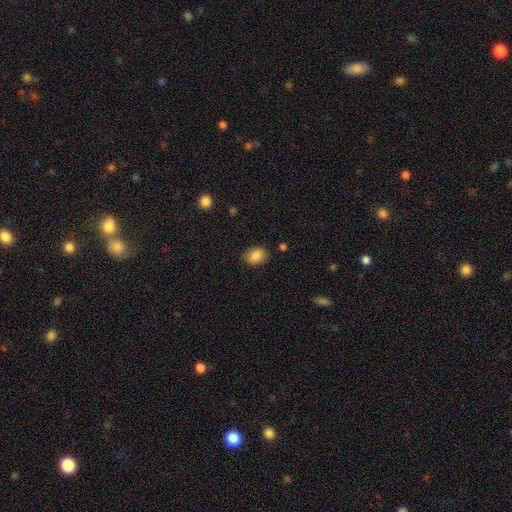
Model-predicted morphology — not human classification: Smooth or featured? smooth (84%)
How rounded? in between (67%)
Merging? none (85%)